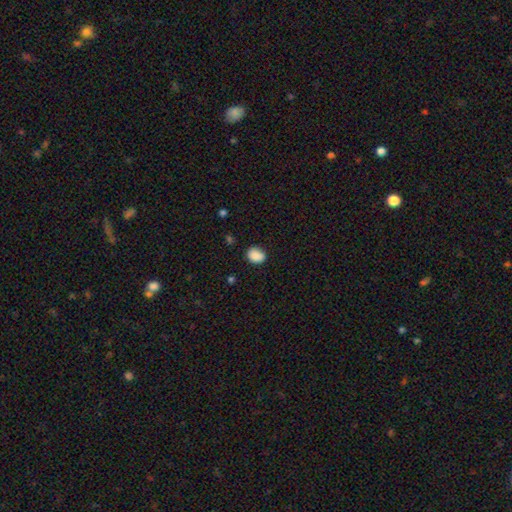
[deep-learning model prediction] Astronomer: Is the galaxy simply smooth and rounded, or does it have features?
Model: smooth — 88%.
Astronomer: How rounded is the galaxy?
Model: in between — 56% (runner-up: round, 43%).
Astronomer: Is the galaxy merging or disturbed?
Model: none — 77%.